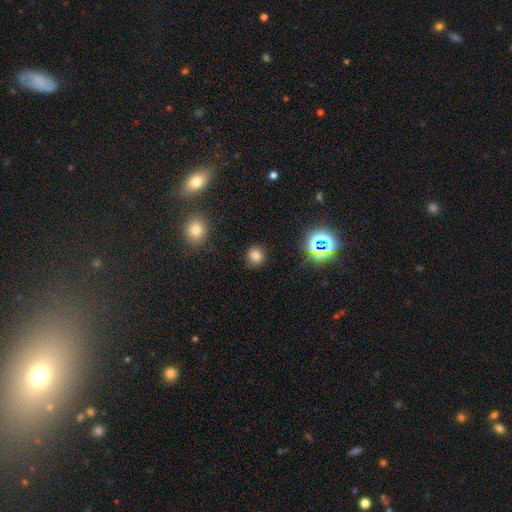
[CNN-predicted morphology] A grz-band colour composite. It shows a smooth galaxy with no disk features (75%) that is round (88%). Merging: none (88%).